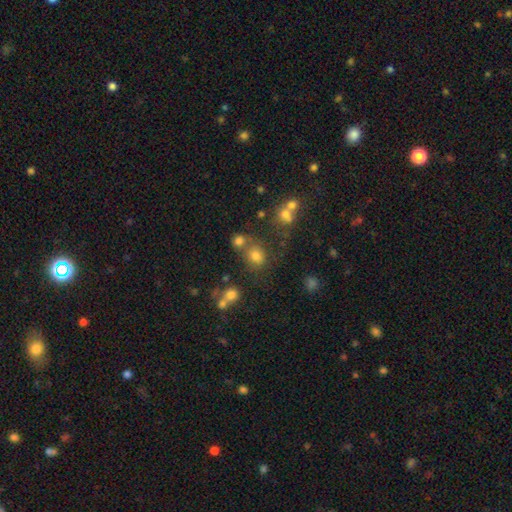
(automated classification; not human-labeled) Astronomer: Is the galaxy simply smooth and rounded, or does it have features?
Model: smooth — 72%.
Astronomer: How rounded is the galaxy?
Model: round — 73%.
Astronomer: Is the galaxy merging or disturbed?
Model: none — 62%.